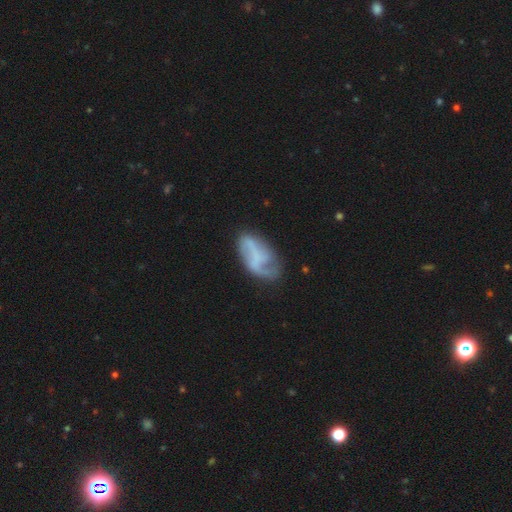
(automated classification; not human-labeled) Q: Smooth or featured?
A: featured or disk (62%); runner-up: smooth (30%)
Q: Edge-on disk?
A: no (95%); runner-up: yes (5%)
Q: Bar?
A: no (48%); runner-up: weak (35%)
Q: Spiral arms?
A: yes (72%); runner-up: no (28%)
Q: Bulge size?
A: none (65%); runner-up: small (22%)
Q: Merging?
A: none (50%); runner-up: minor disturbance (27%)